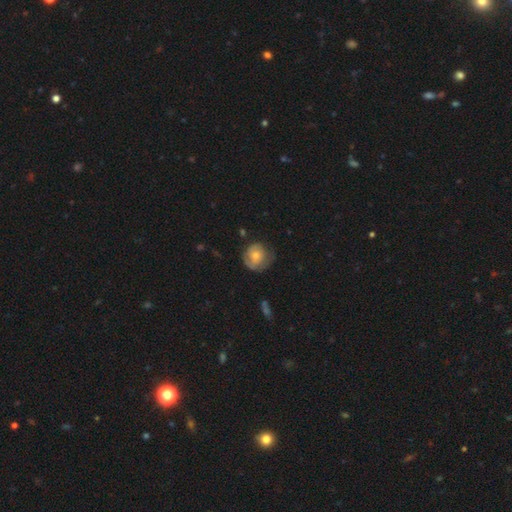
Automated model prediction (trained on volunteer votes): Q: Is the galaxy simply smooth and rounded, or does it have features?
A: smooth — 56%.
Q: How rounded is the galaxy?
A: round — 83%.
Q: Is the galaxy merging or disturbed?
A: none — 56%.